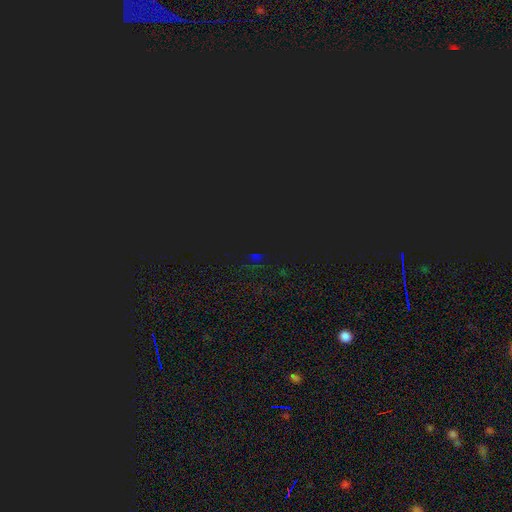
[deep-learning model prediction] Smooth or featured? Predicted: star or artifact (p=0.76).